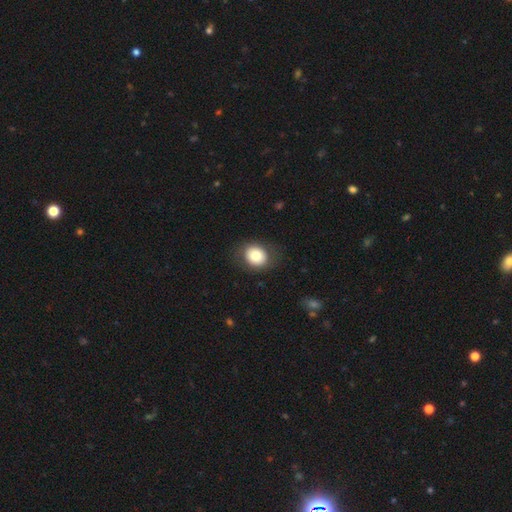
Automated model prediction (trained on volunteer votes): A smooth galaxy with no disk features (78%) that is round (64%). Merging: none (82%).